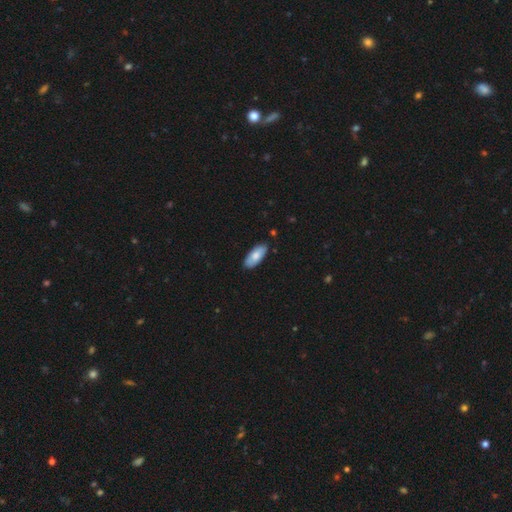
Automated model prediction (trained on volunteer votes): smooth 80%, featured or disk 15%, star or artifact 6%. Down the decision tree: how rounded — in between (86%); merging — none (87%).